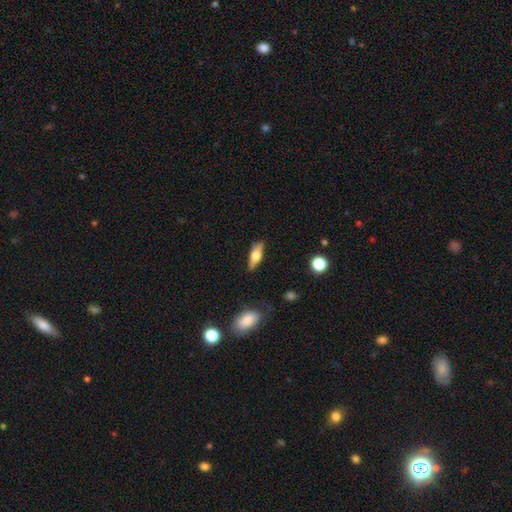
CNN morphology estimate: Smooth or featured? Predicted: smooth (p=0.49). Merging? Predicted: none (p=0.82).